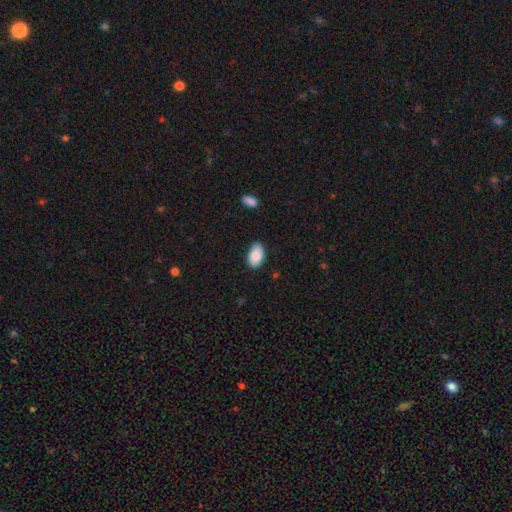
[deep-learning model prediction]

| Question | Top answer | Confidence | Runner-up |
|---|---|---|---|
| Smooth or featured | smooth | 88% | star or artifact (6%) |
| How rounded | in between | 94% | round (5%) |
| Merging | none | 82% | minor disturbance (14%) |